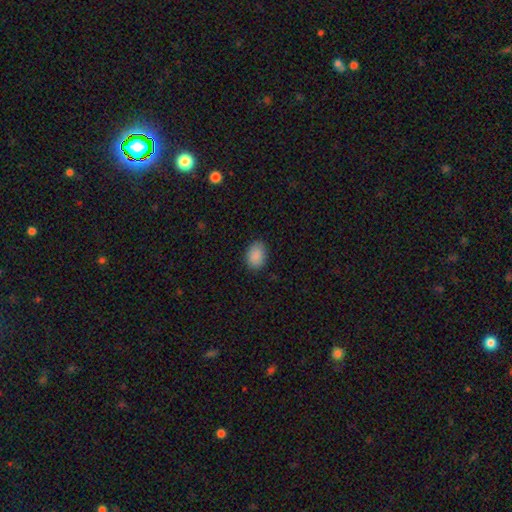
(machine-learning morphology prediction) smooth-or-featured: smooth: 90% | star or artifact: 7% | featured or disk: 3%
  how-rounded: in between: 78% | round: 21% | cigar-shaped: 1%
  merging: none: 86% | minor disturbance: 11% | major disturbance: 2% | merger: 1%